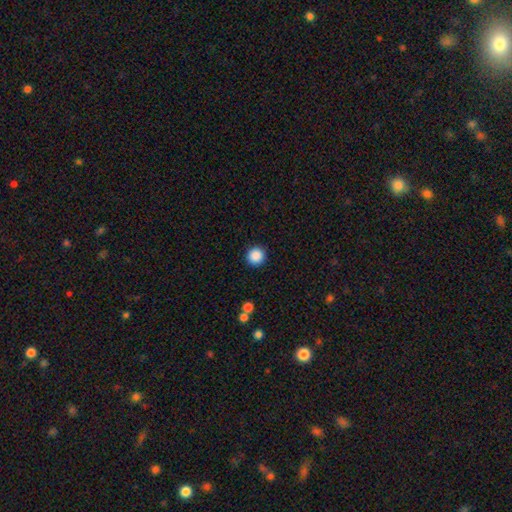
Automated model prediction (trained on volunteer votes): This is clearly a smooth galaxy (88%). How rounded: clearly round (96%). Merging: clearly none (92%).